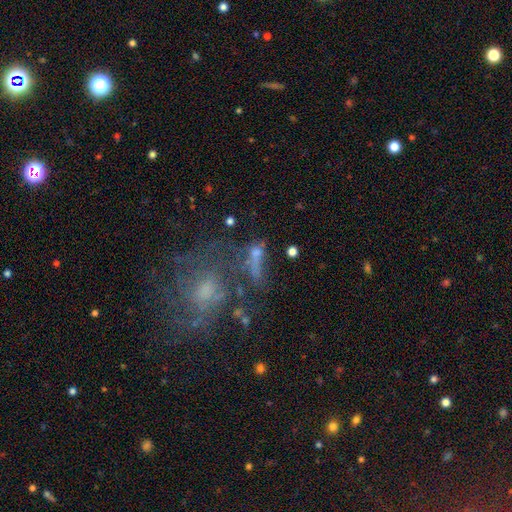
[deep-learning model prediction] Overall: smooth (48%; featured or disk 29%). Merging: none (37%; major disturbance 27%).